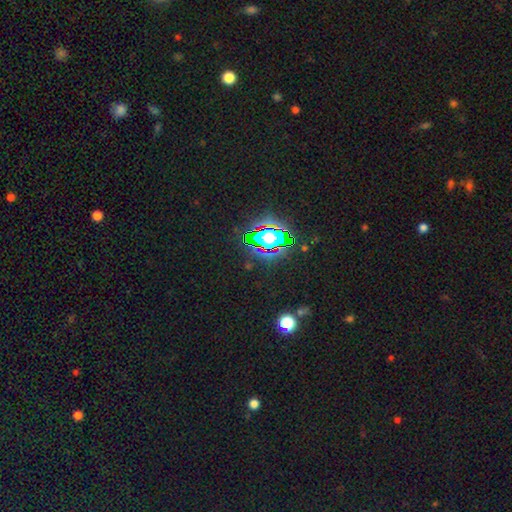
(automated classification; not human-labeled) Smooth or featured: star or artifact — 82% (smooth — 10%)